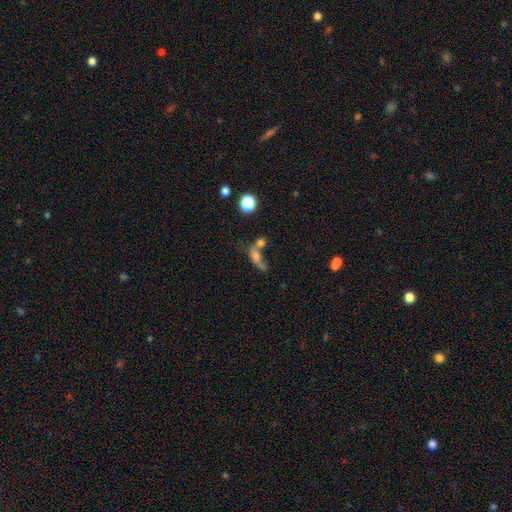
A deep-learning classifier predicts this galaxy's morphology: Smooth or featured: smooth — 57% (featured or disk — 26%)
How rounded: in between — 57% (cigar-shaped — 26%)
Merging: merger — 42% (none — 26%)